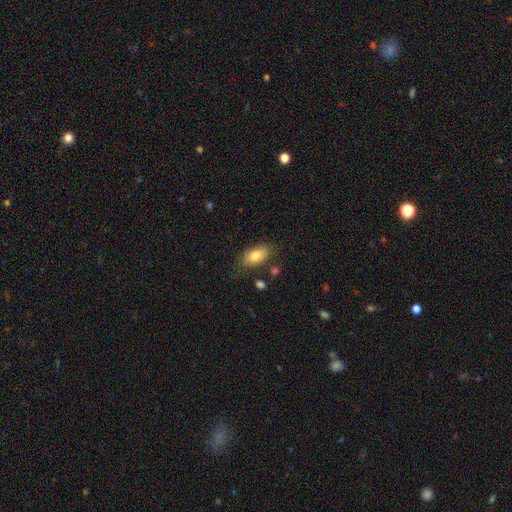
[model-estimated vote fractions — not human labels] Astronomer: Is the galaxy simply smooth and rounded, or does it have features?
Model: smooth — 81%.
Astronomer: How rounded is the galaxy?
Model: in between — 89%.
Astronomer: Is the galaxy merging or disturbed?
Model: none — 77%.